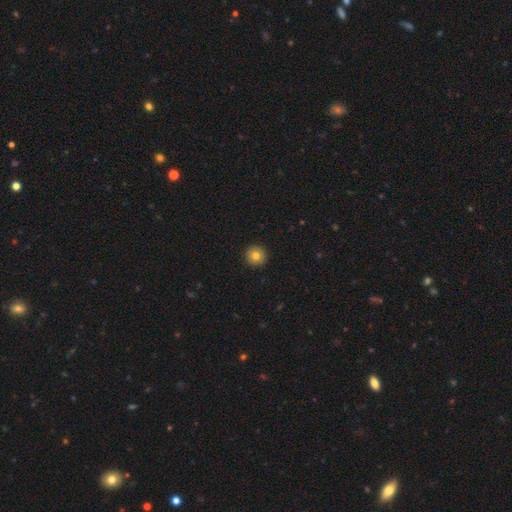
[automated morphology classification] Overall: smooth (80%). How rounded: round (95%). Merging: none (93%).